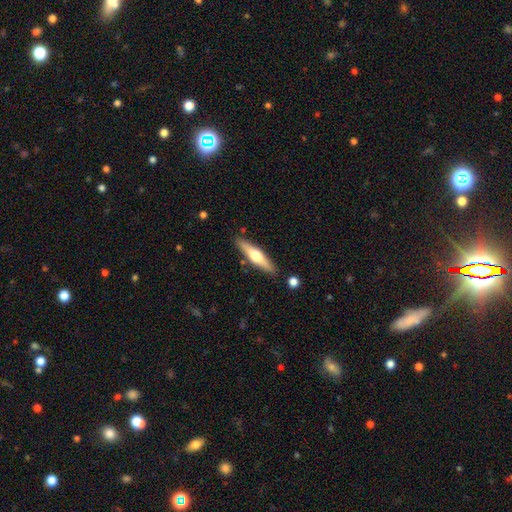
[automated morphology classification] A featured or disk galaxy (54%) viewed edge-on (94%) with a rounded central bulge (94%). Merging: none (86%).